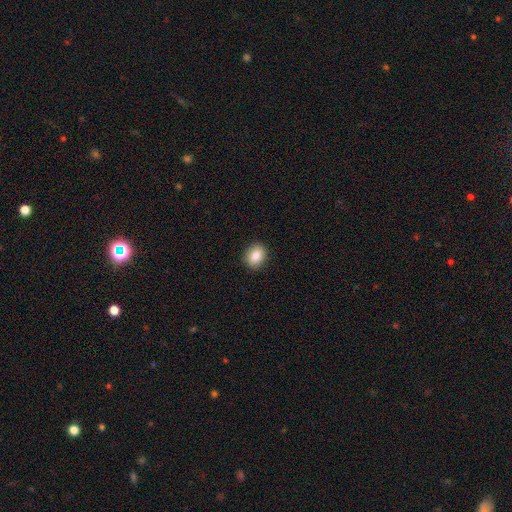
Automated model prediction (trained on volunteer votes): Smooth or featured: smooth — 85% (star or artifact — 8%)
How rounded: in between — 51% (round — 48%)
Merging: none — 90% (minor disturbance — 7%)